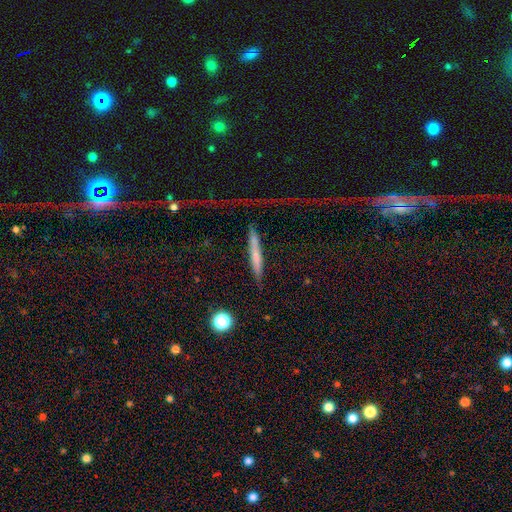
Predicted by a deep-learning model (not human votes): smooth_or_featured: smooth (p=0.60) [alt: featured or disk p=0.32]
how_rounded: cigar-shaped (p=0.93) [alt: in between p=0.04]
merging: none (p=0.69) [alt: minor disturbance p=0.15]